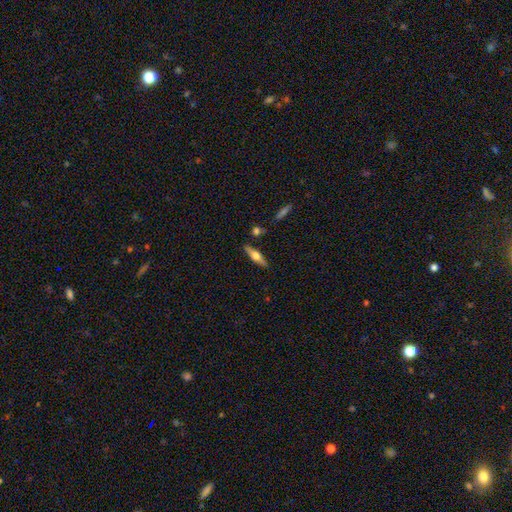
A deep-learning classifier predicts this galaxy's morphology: Q: Smooth or featured?
A: featured or disk (59%); runner-up: smooth (35%)
Q: Edge-on disk?
A: yes (95%); runner-up: no (5%)
Q: Edge-on bulge?
A: rounded (93%); runner-up: boxy (5%)
Q: Merging?
A: none (86%); runner-up: minor disturbance (9%)